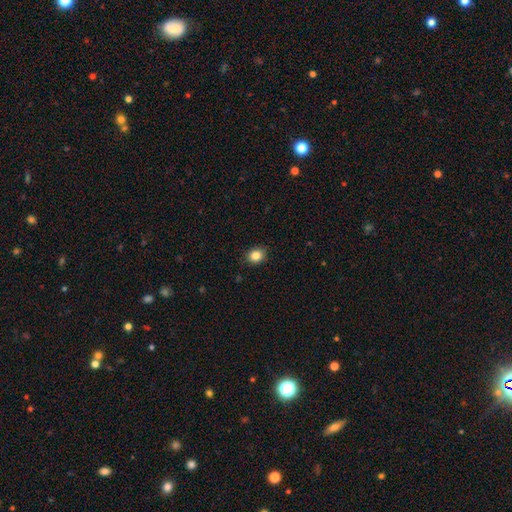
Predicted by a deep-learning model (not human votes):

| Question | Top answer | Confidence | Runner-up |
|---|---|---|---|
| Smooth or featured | smooth | 85% | star or artifact (10%) |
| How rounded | round | 64% | in between (35%) |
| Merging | none | 88% | minor disturbance (9%) |